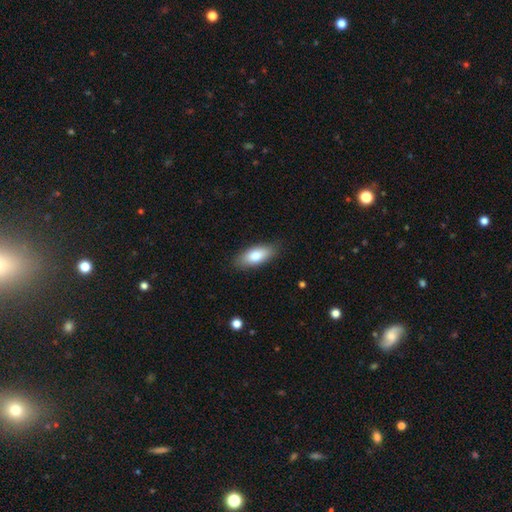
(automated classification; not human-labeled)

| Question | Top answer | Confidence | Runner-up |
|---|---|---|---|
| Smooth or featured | smooth | 76% | featured or disk (17%) |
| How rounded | in between | 82% | cigar-shaped (15%) |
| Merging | none | 86% | minor disturbance (10%) |